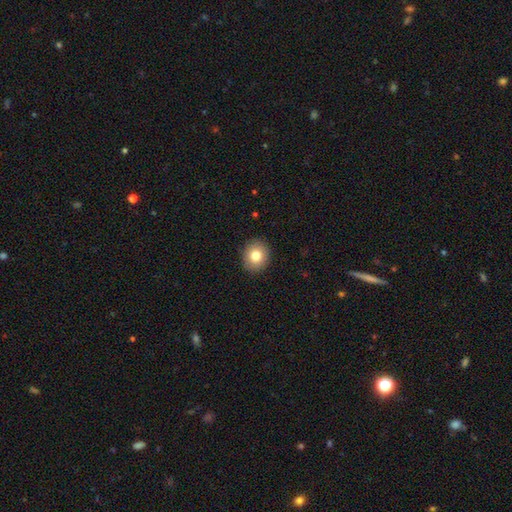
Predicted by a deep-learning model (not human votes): A smooth galaxy with no disk features (80%) that is round (73%).

Vote fractions:
- Smooth or featured? smooth: 80% / featured or disk: 10% / star or artifact: 9%
- How rounded? round: 73% / in between: 26% / cigar-shaped: 1%
- Merging? none: 90% / minor disturbance: 7% / major disturbance: 2% / merger: 1%